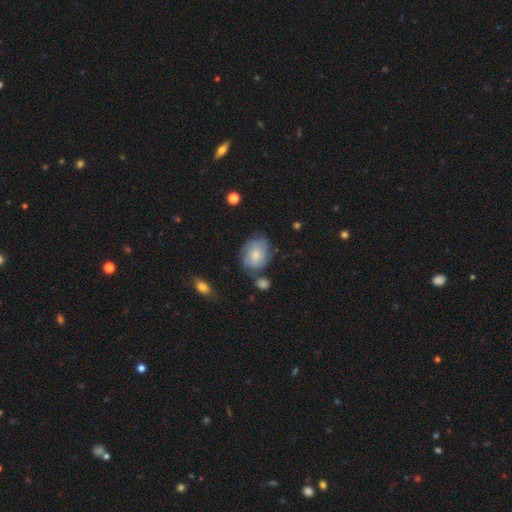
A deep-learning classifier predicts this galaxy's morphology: This is possibly a smooth galaxy (54%). How rounded: possibly in between (55%). Merging: possibly none (58%).